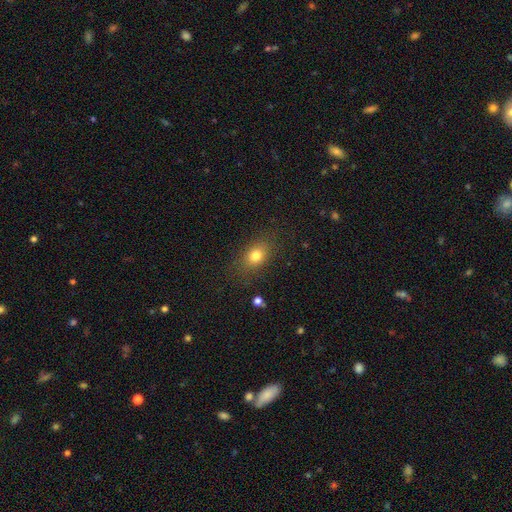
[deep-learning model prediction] Morphology: type=smooth (78%); roundness=in between (67%); merging=none (80%).